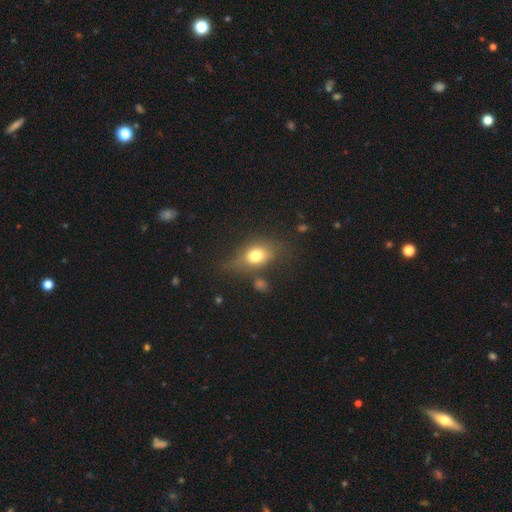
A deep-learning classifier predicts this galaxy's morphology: Smooth or featured? smooth (71%)
How rounded? in between (65%)
Merging? none (57%)